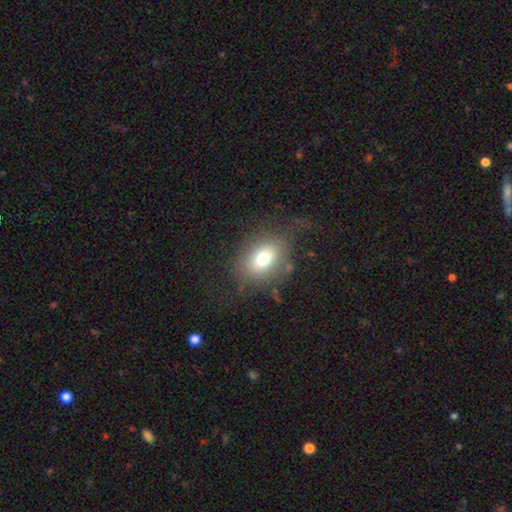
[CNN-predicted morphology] This is likely a smooth galaxy (64%). How rounded: likely in between (65%). Merging: likely none (66%).